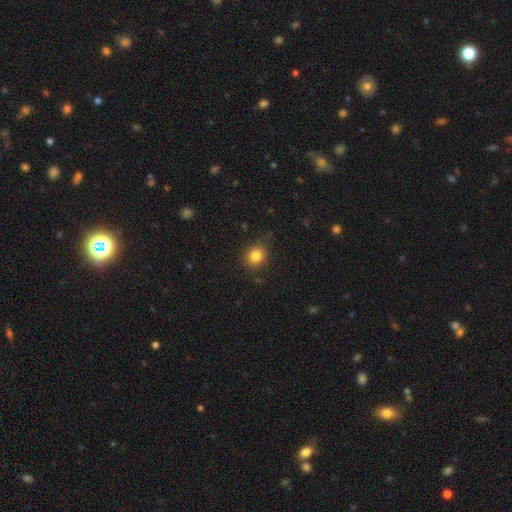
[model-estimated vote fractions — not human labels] Q: Smooth or featured?
A: smooth (83%); runner-up: star or artifact (11%)
Q: How rounded?
A: round (73%); runner-up: in between (26%)
Q: Merging?
A: none (84%); runner-up: minor disturbance (12%)